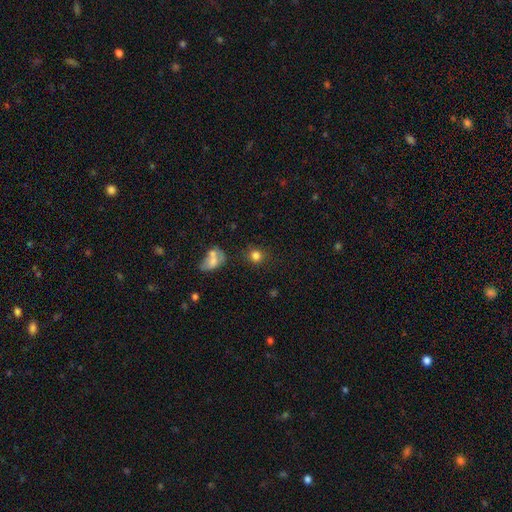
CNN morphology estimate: Smooth or featured: smooth — 81% (star or artifact — 12%)
How rounded: round — 81% (in between — 18%)
Merging: none — 76% (minor disturbance — 13%)